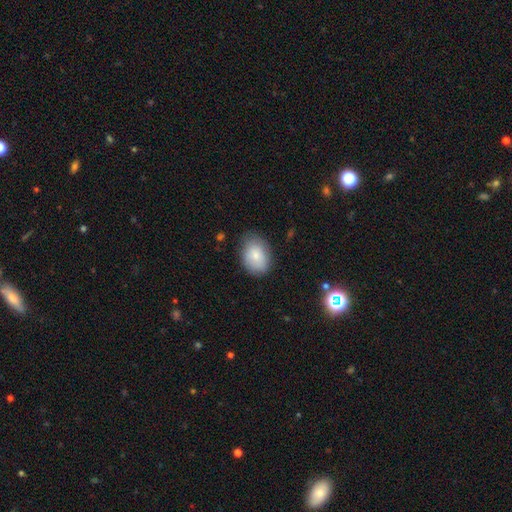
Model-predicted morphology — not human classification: type=smooth (82%); roundness=in between (76%); merging=none (76%).